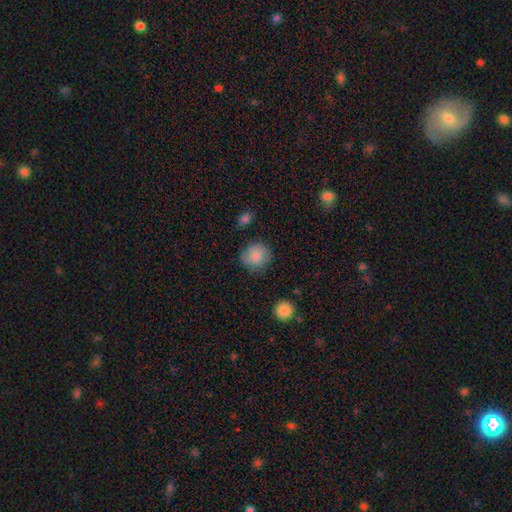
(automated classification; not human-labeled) Morphology: type=smooth (84%); roundness=round (85%); merging=none (78%).